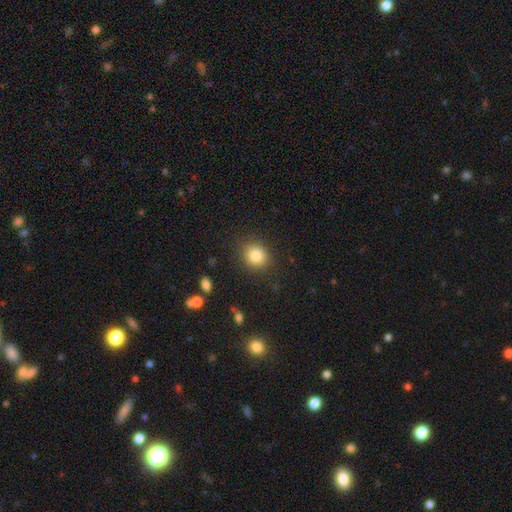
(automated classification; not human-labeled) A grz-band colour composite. It shows a smooth galaxy with no disk features (83%) that is round (80%). Merging: none (87%).